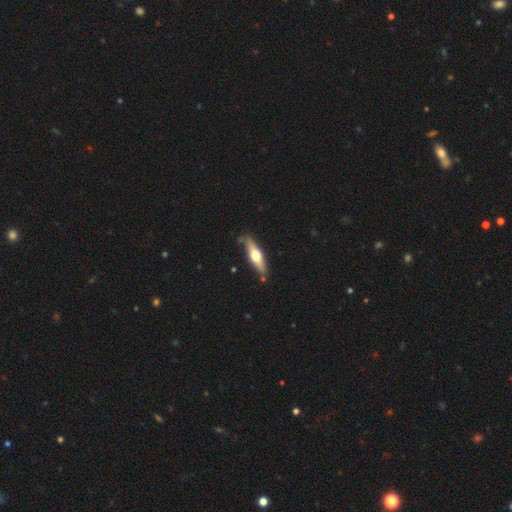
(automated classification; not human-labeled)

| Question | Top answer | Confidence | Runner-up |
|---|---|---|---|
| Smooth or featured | featured or disk | 56% | smooth (40%) |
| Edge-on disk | yes | 91% | no (9%) |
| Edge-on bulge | rounded | 94% | boxy (3%) |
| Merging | none | 79% | minor disturbance (15%) |